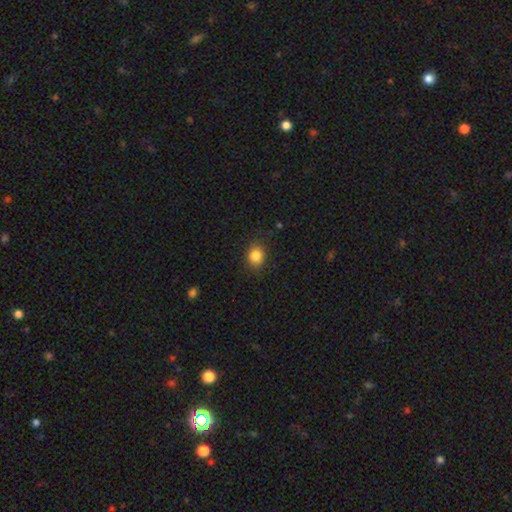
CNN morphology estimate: This appears to be a smooth galaxy with no disk features (85%) that is round (61%). Merging: none (85%).